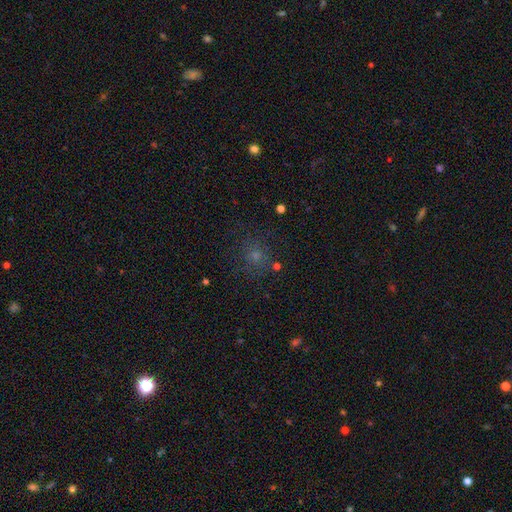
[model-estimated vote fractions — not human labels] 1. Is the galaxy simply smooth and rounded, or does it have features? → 58% smooth, 30% star or artifact, 12% featured or disk.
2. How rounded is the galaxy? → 87% round, 12% in between, 1% cigar-shaped.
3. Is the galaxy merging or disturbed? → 78% none, 12% minor disturbance, 6% major disturbance, 3% merger.